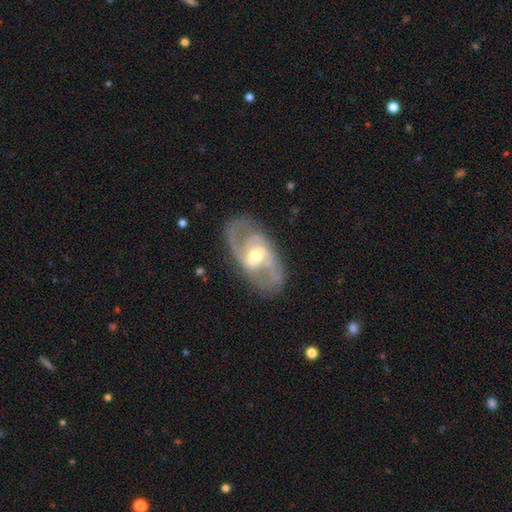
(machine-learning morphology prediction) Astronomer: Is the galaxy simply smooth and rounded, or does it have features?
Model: featured or disk — 90%.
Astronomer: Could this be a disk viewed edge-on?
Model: no — 96%.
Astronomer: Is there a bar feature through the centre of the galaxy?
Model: weak — 49% (runner-up: strong, 29%).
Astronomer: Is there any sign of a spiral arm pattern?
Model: yes — 96%.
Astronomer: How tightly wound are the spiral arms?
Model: medium — 56%.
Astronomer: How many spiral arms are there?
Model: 2 — 84%.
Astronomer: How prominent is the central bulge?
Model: moderate — 64%.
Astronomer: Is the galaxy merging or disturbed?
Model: none — 80%.